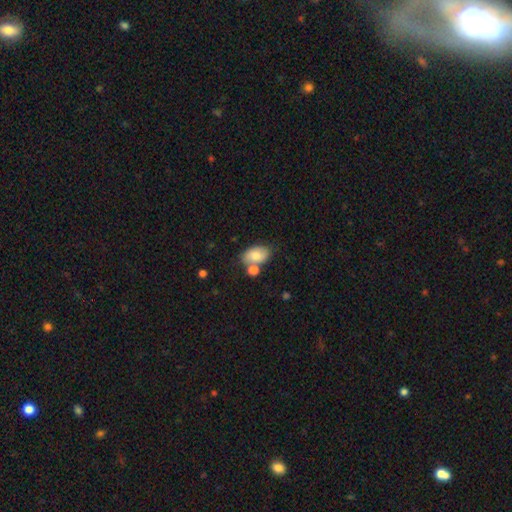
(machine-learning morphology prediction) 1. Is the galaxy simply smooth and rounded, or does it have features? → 77% smooth, 15% featured or disk, 8% star or artifact.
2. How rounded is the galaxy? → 87% in between, 11% round, 1% cigar-shaped.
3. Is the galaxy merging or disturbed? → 57% none, 24% merger, 15% minor disturbance, 4% major disturbance.